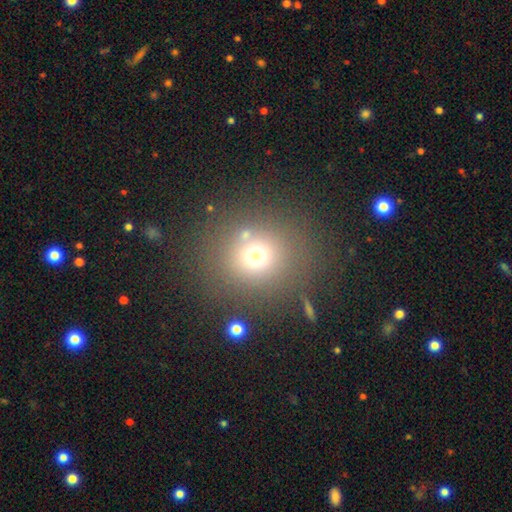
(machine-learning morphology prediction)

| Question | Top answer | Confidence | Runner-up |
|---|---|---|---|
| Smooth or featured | smooth | 69% | star or artifact (22%) |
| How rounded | round | 85% | in between (14%) |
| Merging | none | 77% | minor disturbance (9%) |